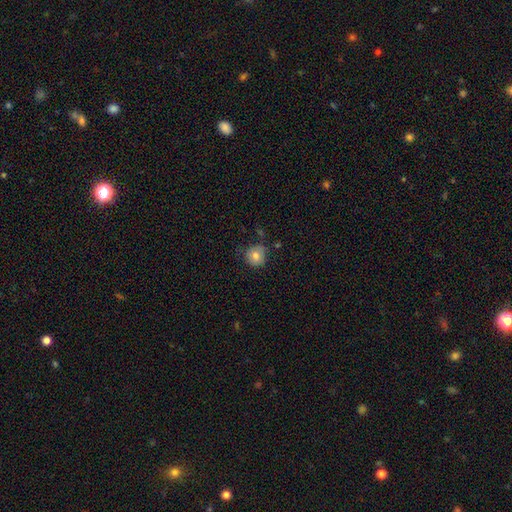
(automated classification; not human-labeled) Smooth or featured: smooth — 77% (featured or disk — 13%)
How rounded: round — 90% (in between — 9%)
Merging: none — 73% (minor disturbance — 20%)